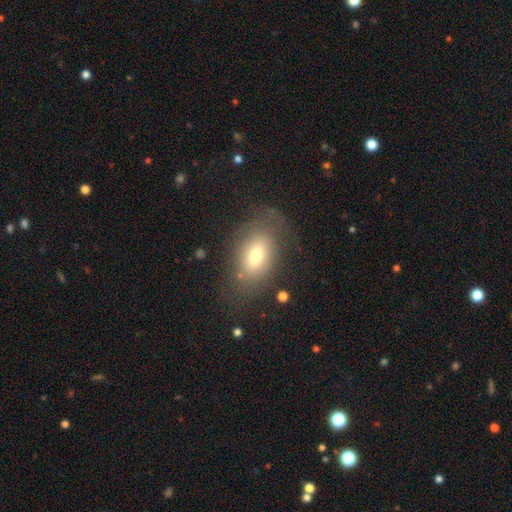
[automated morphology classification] A smooth galaxy with no disk features (66%) that is in between round and cigar-shaped (86%).

Vote fractions:
- Smooth or featured? smooth: 66% / featured or disk: 23% / star or artifact: 11%
- How rounded? in between: 86% / round: 11% / cigar-shaped: 3%
- Merging? none: 69% / minor disturbance: 19% / major disturbance: 10% / merger: 2%